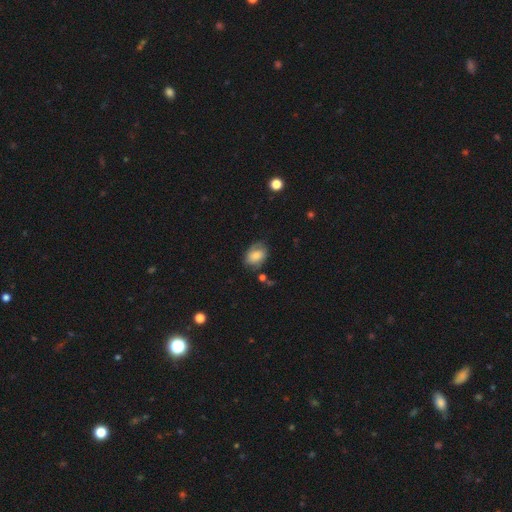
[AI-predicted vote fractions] smooth_or_featured: smooth (p=0.66) [alt: featured or disk p=0.25]
how_rounded: in between (p=0.72) [alt: round p=0.27]
merging: none (p=0.62) [alt: minor disturbance p=0.26]